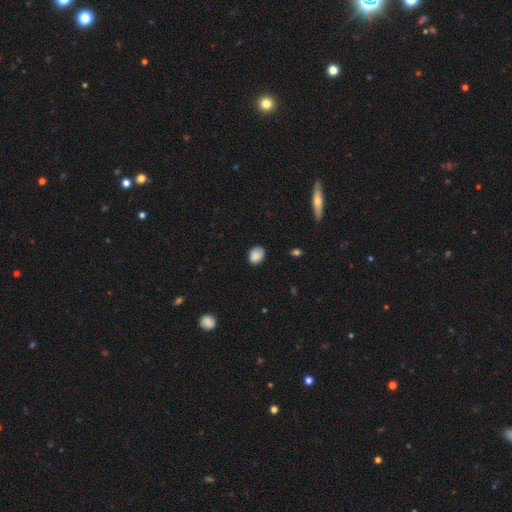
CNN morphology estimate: Overall: smooth (87%). How rounded: in between (58%; round 41%). Merging: none (76%).